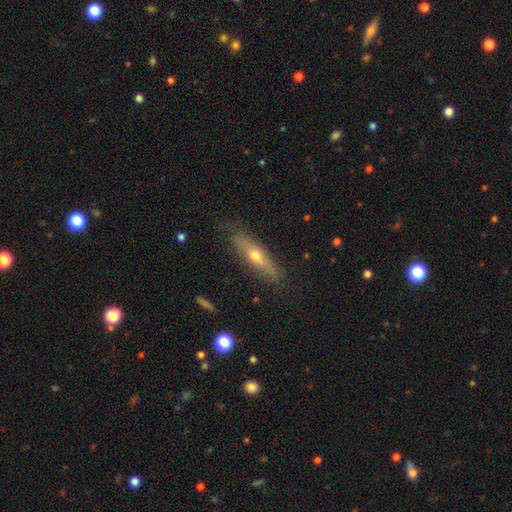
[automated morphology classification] Q: Smooth or featured?
A: featured or disk (54%); runner-up: smooth (39%)
Q: Edge-on disk?
A: yes (78%); runner-up: no (22%)
Q: Merging?
A: none (80%); runner-up: minor disturbance (15%)